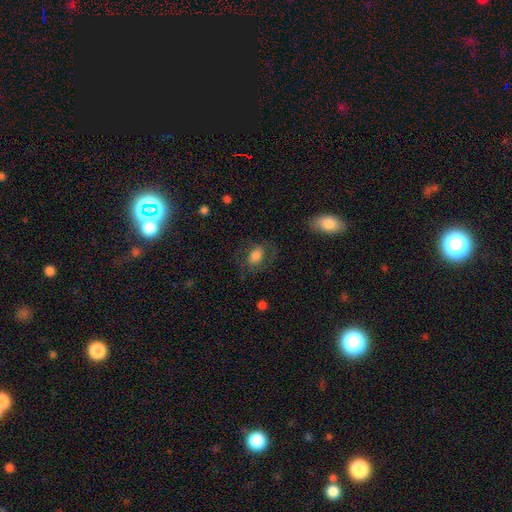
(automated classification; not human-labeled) The model was most divided on "smooth or featured": smooth: 65%, featured or disk: 26%, star or artifact: 9%. More confident: how rounded — in between (80%); merging — none (63%).